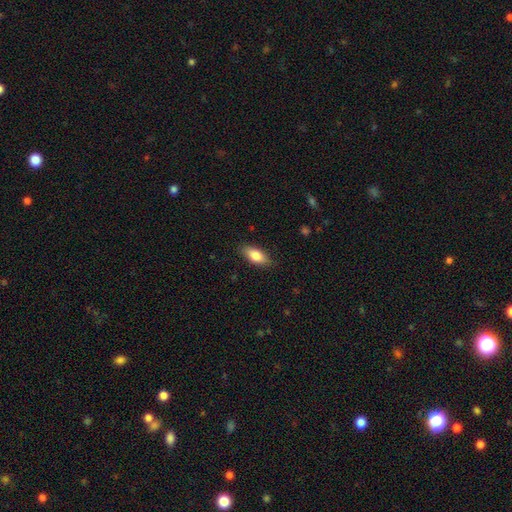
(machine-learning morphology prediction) Smooth or featured: smooth — 83% (featured or disk — 11%)
How rounded: in between — 85% (cigar-shaped — 12%)
Merging: none — 86% (minor disturbance — 11%)